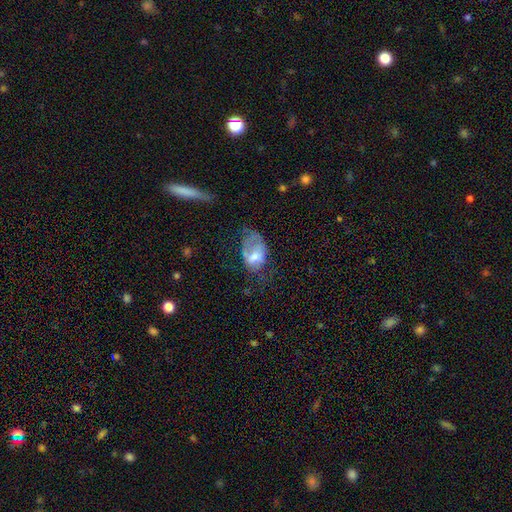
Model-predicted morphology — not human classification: Q: Smooth or featured?
A: smooth (49%); runner-up: featured or disk (41%)
Q: Merging?
A: major disturbance (44%); runner-up: minor disturbance (26%)